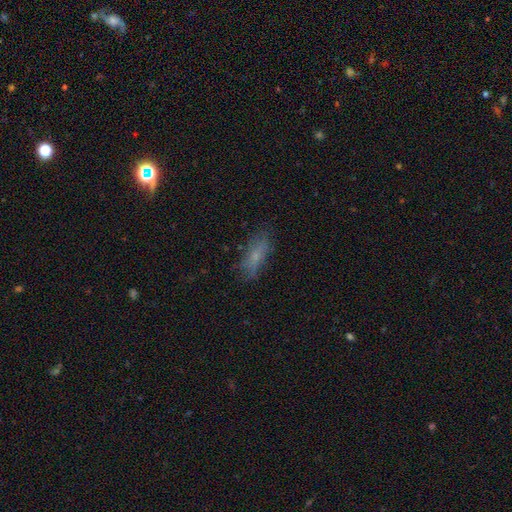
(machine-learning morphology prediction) type=smooth (63%); roundness=in between (58%); merging=none (71%).